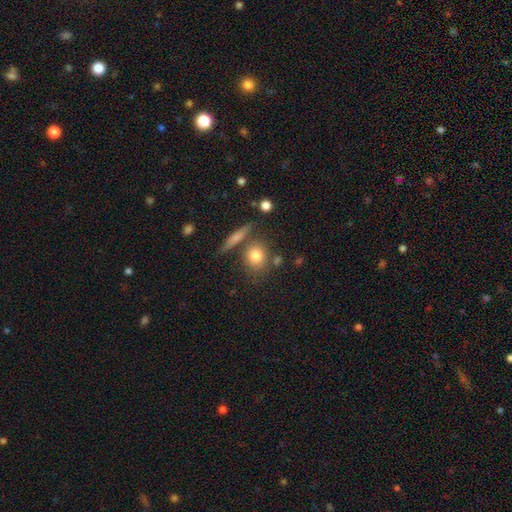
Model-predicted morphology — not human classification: A smooth galaxy with no disk features (78%) that is round (67%). Merging: none (69%).